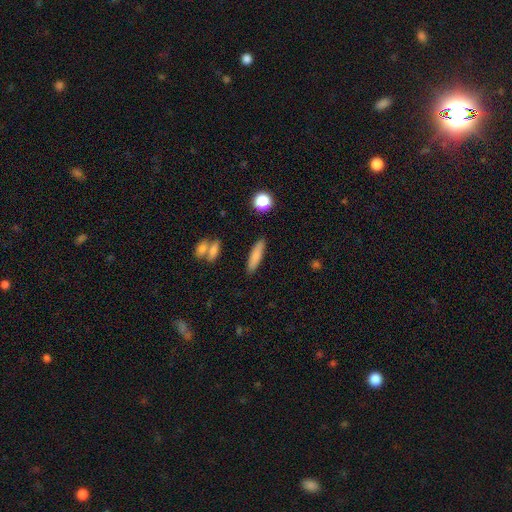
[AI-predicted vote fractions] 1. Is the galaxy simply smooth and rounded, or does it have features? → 80% smooth, 13% featured or disk, 7% star or artifact.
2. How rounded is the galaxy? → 75% cigar-shaped, 22% in between, 2% round.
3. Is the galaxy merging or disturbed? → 87% none, 8% minor disturbance, 3% merger, 2% major disturbance.